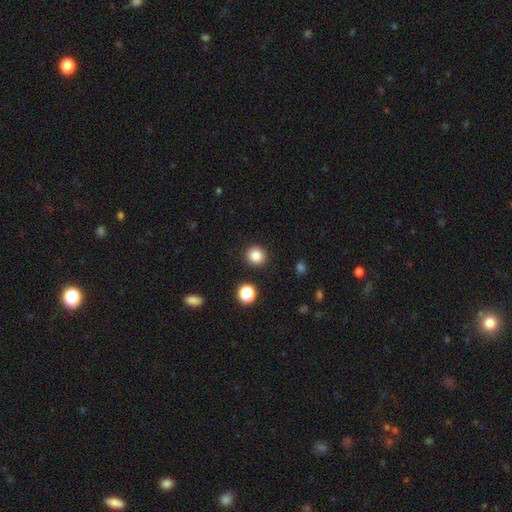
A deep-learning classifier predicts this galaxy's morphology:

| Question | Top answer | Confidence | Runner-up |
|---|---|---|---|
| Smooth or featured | smooth | 83% | star or artifact (12%) |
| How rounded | round | 91% | in between (8%) |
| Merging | none | 91% | minor disturbance (5%) |